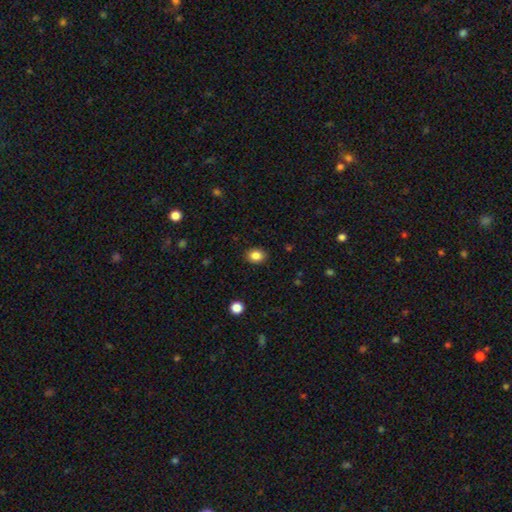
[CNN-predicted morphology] smooth_or_featured: smooth (p=0.85) [alt: star or artifact p=0.10]
how_rounded: round (p=0.54) [alt: in between p=0.46]
merging: none (p=0.88) [alt: minor disturbance p=0.08]